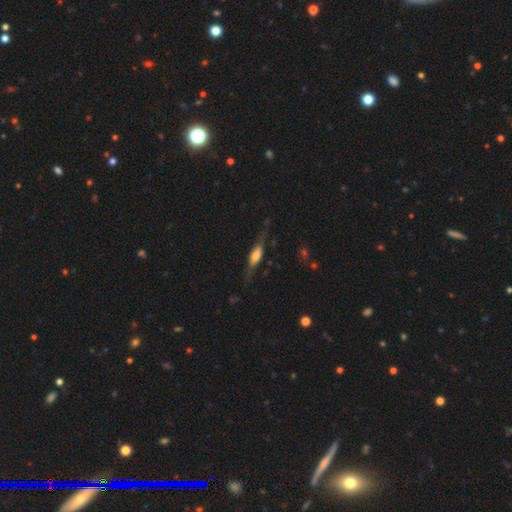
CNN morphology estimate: Overall: featured or disk (49%; smooth 45%). Merging: none (67%).